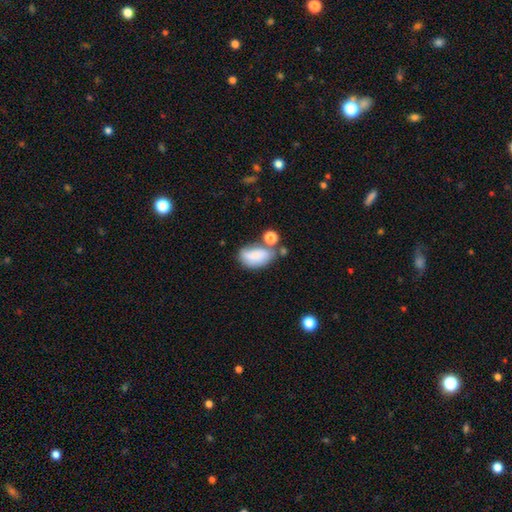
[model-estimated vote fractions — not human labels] smooth-or-featured: smooth: 75% | featured or disk: 16% | star or artifact: 9%
  how-rounded: in between: 90% | round: 7% | cigar-shaped: 3%
  merging: none: 35% | merger: 26% | minor disturbance: 24% | major disturbance: 15%